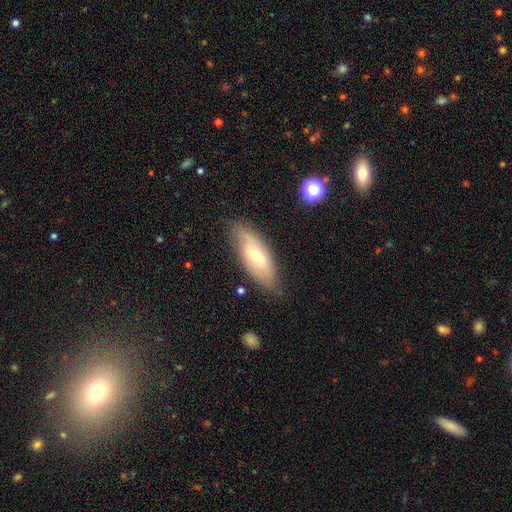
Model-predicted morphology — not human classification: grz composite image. It shows a featured or disk galaxy (49%). Merging: none (79%).